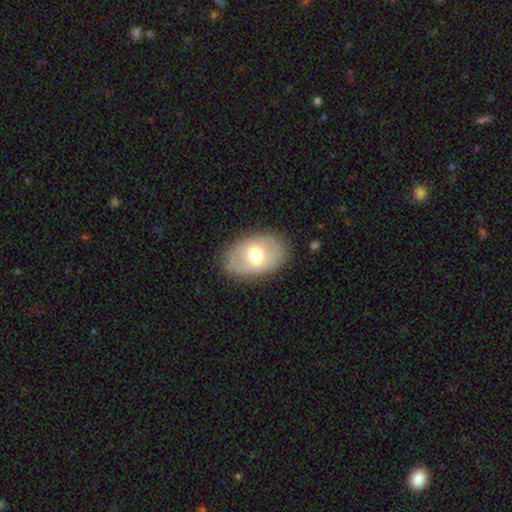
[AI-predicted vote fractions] featured or disk 49%, smooth 45%, star or artifact 6%. Down the decision tree: merging — none (83%).